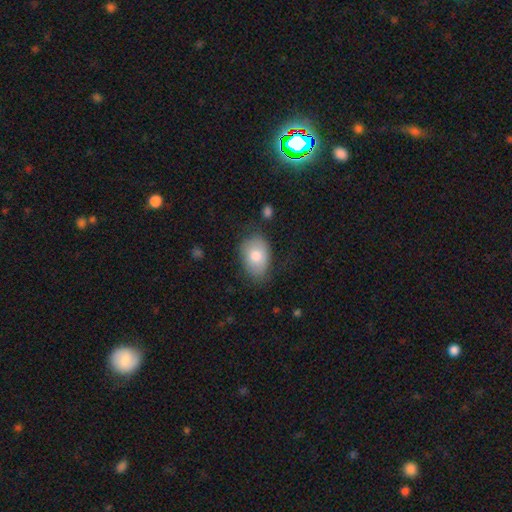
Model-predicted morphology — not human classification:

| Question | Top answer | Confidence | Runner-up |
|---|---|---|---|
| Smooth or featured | smooth | 77% | featured or disk (16%) |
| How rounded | in between | 86% | round (13%) |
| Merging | none | 68% | minor disturbance (23%) |